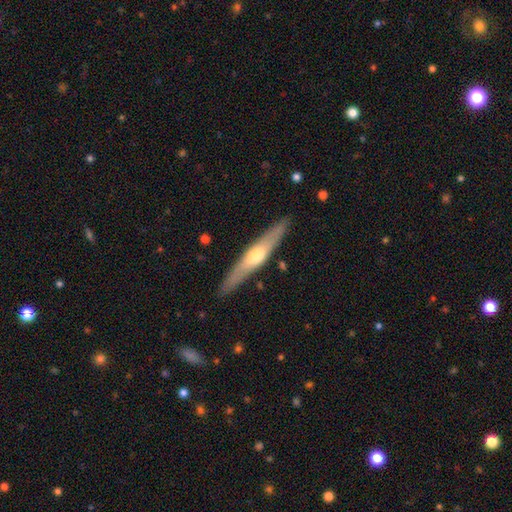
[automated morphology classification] This appears to be a featured or disk galaxy (60%) viewed edge-on (94%) with a rounded central bulge (87%). Merging: none (89%).